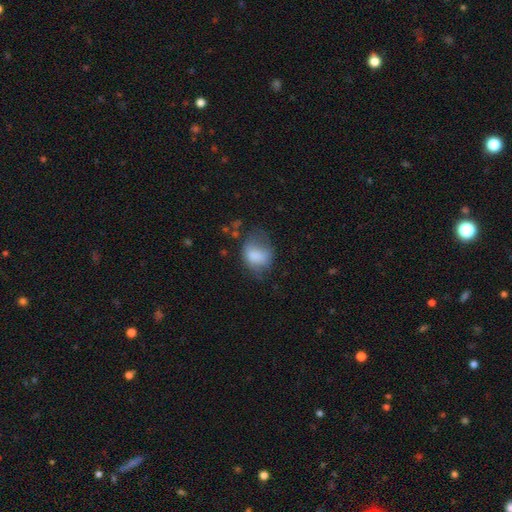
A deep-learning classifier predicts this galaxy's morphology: smooth 75%, featured or disk 16%, star or artifact 9%. Down the decision tree: how rounded — in between (60%); merging — none (35%).